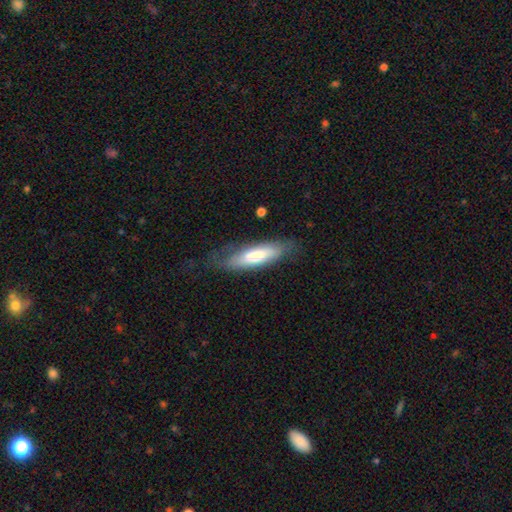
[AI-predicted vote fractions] Q: Smooth or featured?
A: smooth (64%); runner-up: featured or disk (30%)
Q: How rounded?
A: cigar-shaped (59%); runner-up: in between (40%)
Q: Merging?
A: none (67%); runner-up: minor disturbance (22%)